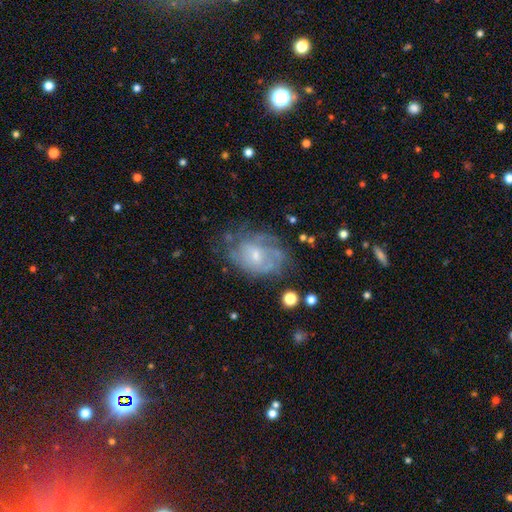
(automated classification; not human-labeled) This appears to be a featured or disk galaxy (68%) with no bar (70%), spiral arms (75%) and a small central bulge (64%). Merging: none (56%).